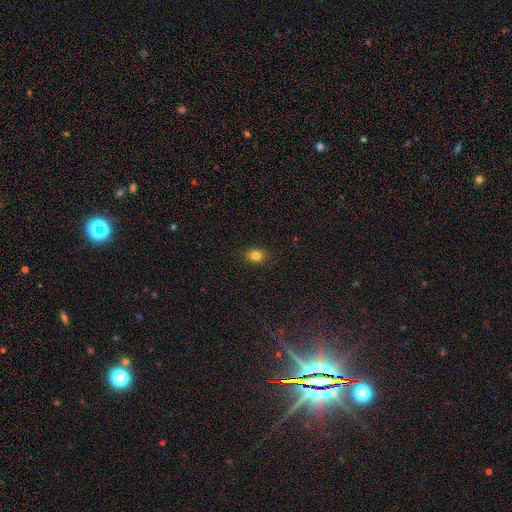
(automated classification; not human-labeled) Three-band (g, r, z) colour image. It shows a smooth galaxy with no disk features (82%) that is round (50%). Merging: none (89%).